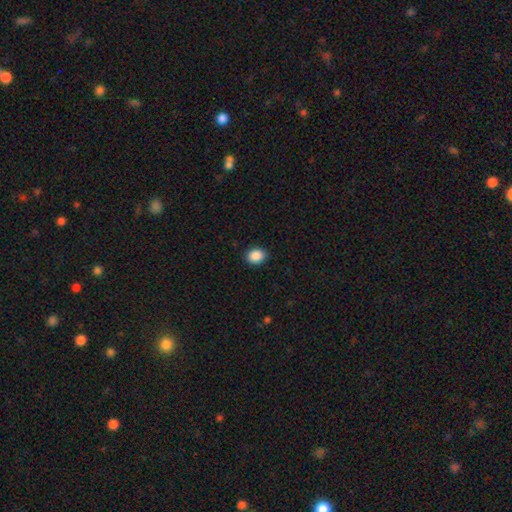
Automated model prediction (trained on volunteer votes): smooth-or-featured: smooth: 89% | star or artifact: 8% | featured or disk: 3%
  how-rounded: round: 50% | in between: 49% | cigar-shaped: 1%
  merging: none: 87% | minor disturbance: 9% | major disturbance: 2% | merger: 1%